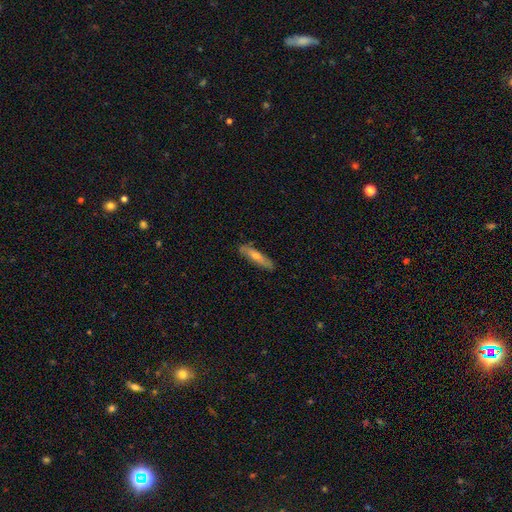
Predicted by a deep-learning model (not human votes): smooth-or-featured: featured or disk: 47% | smooth: 46% | star or artifact: 7%
  merging: none: 86% | minor disturbance: 11% | major disturbance: 2% | merger: 1%